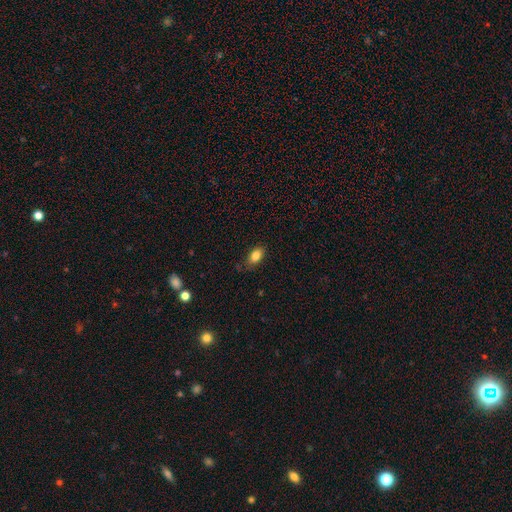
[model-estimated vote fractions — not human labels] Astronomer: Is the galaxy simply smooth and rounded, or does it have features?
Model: smooth — 84%.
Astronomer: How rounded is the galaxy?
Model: in between — 89%.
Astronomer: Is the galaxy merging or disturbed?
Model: none — 76%.